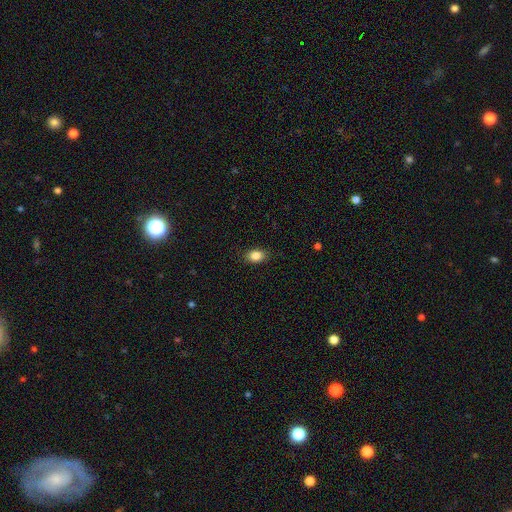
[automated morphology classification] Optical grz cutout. It shows a smooth galaxy with no disk features (86%) that is in between round and cigar-shaped (79%). Merging: none (86%).